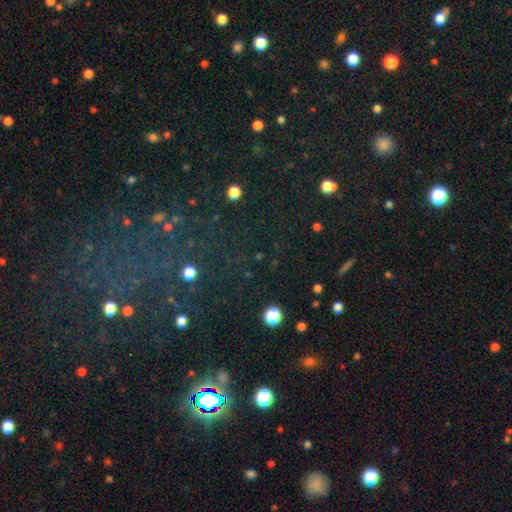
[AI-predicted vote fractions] Smooth or featured: star or artifact — 69% (smooth — 21%)